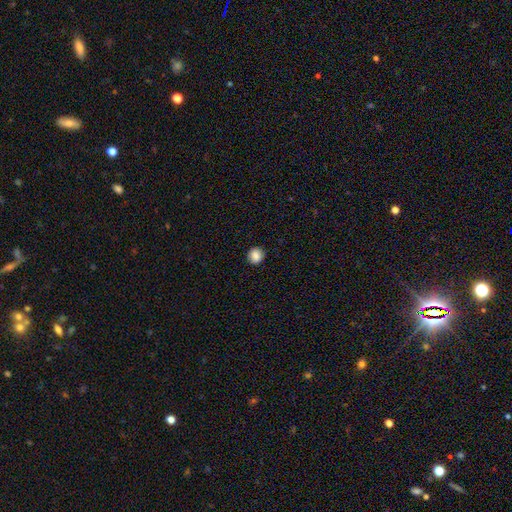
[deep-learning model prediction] Q: Smooth or featured?
A: smooth (86%); runner-up: star or artifact (9%)
Q: How rounded?
A: round (89%); runner-up: in between (10%)
Q: Merging?
A: none (91%); runner-up: minor disturbance (6%)